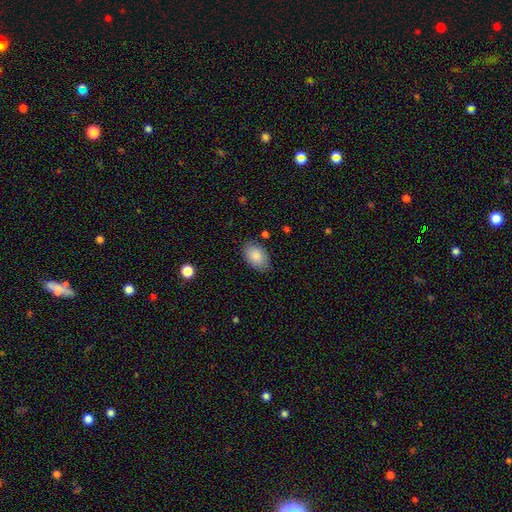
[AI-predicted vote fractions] Smooth or featured: smooth — 86% (featured or disk — 7%)
How rounded: in between — 90% (round — 9%)
Merging: none — 83% (minor disturbance — 13%)